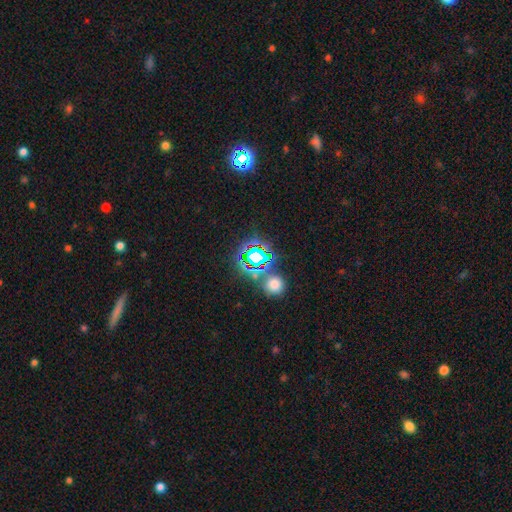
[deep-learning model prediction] Morphology: type=star or artifact (70%).